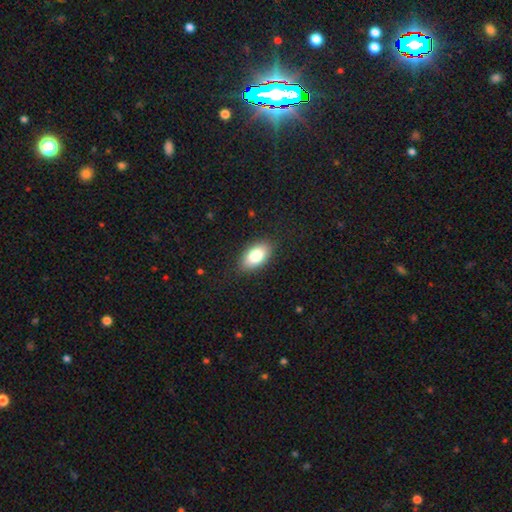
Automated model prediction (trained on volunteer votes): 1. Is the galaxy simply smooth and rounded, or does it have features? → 81% smooth, 12% featured or disk, 7% star or artifact.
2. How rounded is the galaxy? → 93% in between, 4% round, 3% cigar-shaped.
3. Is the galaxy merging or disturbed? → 87% none, 10% minor disturbance, 3% major disturbance, 1% merger.